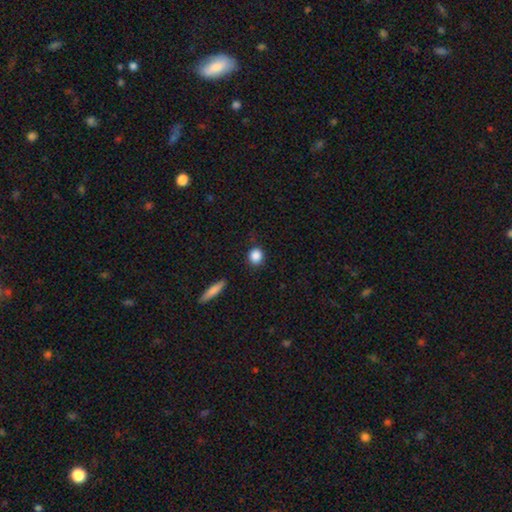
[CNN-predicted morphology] A smooth galaxy with no disk features (87%) that is round (82%).

Vote fractions:
- Smooth or featured? smooth: 87% / star or artifact: 9% / featured or disk: 4%
- How rounded? round: 82% / in between: 16% / cigar-shaped: 2%
- Merging? none: 86% / minor disturbance: 9% / major disturbance: 3% / merger: 2%